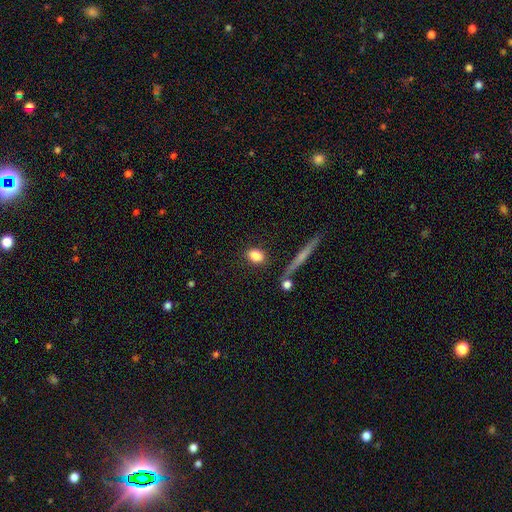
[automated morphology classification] Smooth or featured? Predicted: smooth (p=0.83). How rounded? Predicted: in between (p=0.66). Merging? Predicted: none (p=0.82).